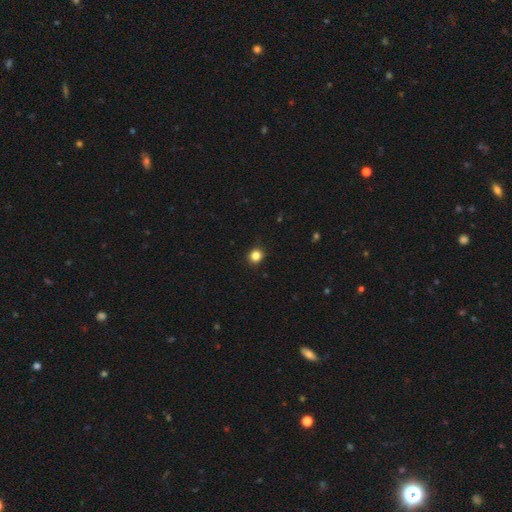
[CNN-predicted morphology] Smooth or featured? smooth (84%)
How rounded? round (89%)
Merging? none (92%)